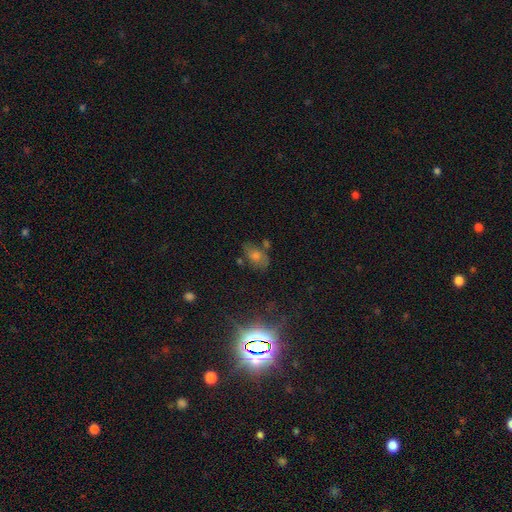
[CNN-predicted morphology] Smooth or featured? smooth (39%)
Merging? none (64%)